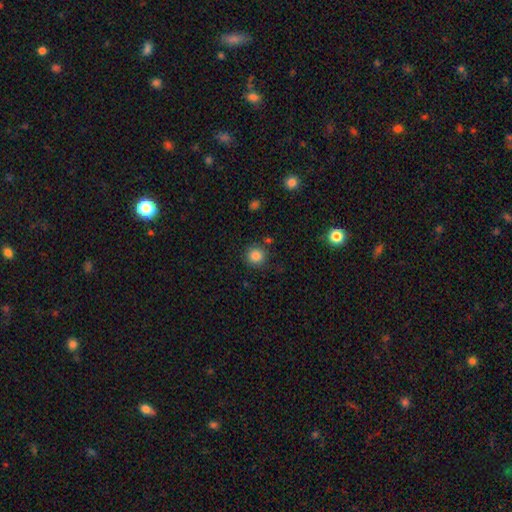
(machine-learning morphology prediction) smooth-or-featured: smooth: 85% | star or artifact: 11% | featured or disk: 4%
  how-rounded: round: 94% | in between: 6% | cigar-shaped: 1%
  merging: none: 86% | minor disturbance: 8% | merger: 3% | major disturbance: 3%